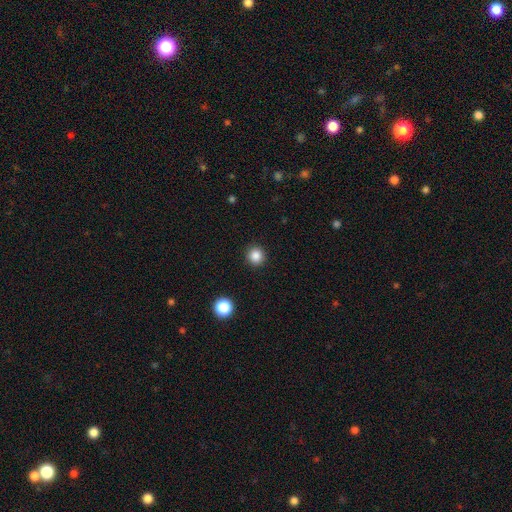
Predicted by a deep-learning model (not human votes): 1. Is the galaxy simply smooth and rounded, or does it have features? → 86% smooth, 11% star or artifact, 3% featured or disk.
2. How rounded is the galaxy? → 93% round, 6% in between, 1% cigar-shaped.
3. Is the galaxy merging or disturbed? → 92% none, 5% minor disturbance, 2% major disturbance, 1% merger.